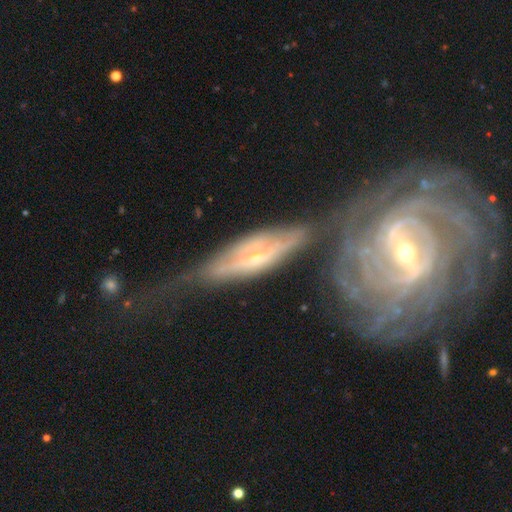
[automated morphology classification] Smooth or featured? Predicted: featured or disk (p=0.77). Edge-on disk? Predicted: no (p=0.52). Merging? Predicted: none (p=0.38).